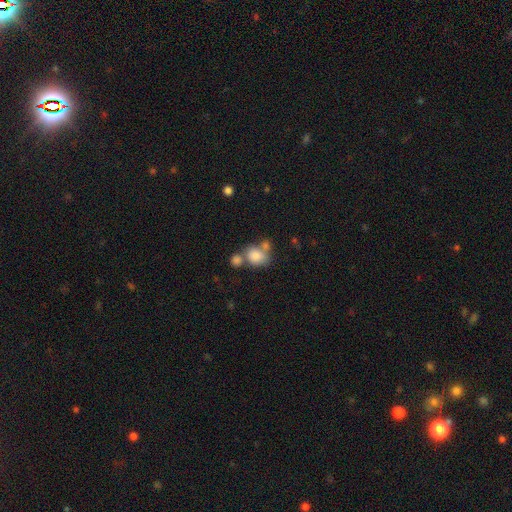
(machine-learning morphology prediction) smooth_or_featured: smooth (p=0.81) [alt: featured or disk p=0.10]
how_rounded: round (p=0.56) [alt: in between p=0.42]
merging: none (p=0.41) [alt: merger p=0.40]